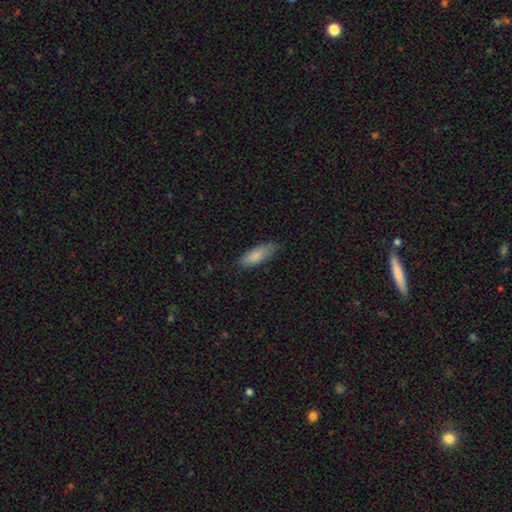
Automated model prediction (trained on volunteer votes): smooth 85%, featured or disk 9%, star or artifact 6%. Down the decision tree: how rounded — in between (59%); merging — none (76%).